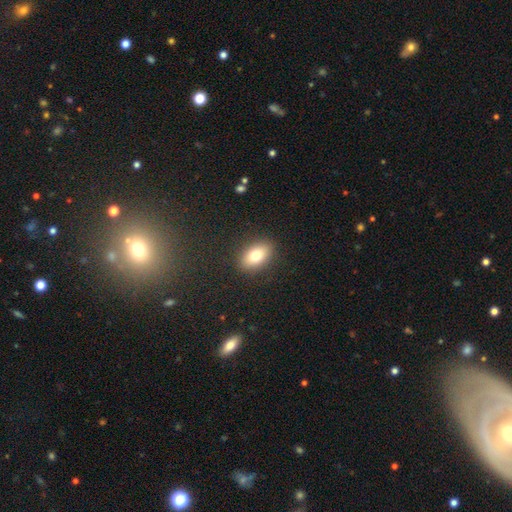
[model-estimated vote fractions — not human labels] The model was most divided on "smooth or featured": smooth: 77%, featured or disk: 14%, star or artifact: 9%. More confident: merging — none (88%); how rounded — in between (86%).